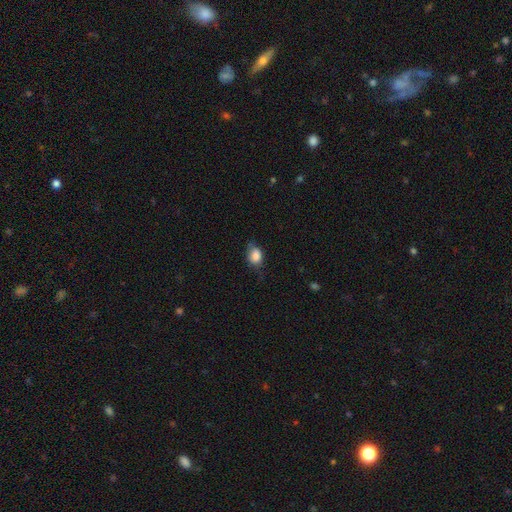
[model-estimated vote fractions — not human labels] This is clearly a smooth galaxy (84%). How rounded: likely in between (71%). Merging: possibly none (58%).